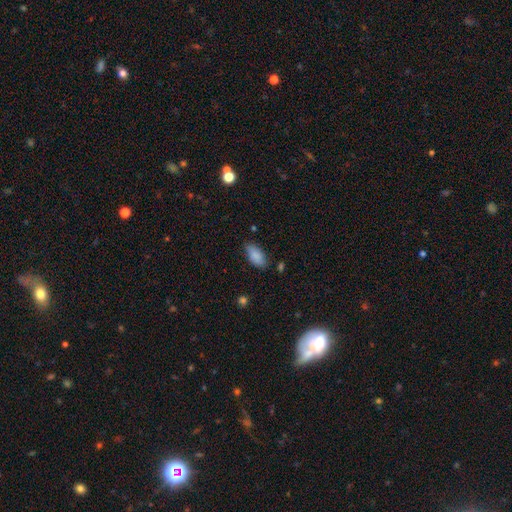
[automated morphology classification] smooth_or_featured: smooth (p=0.86) [alt: star or artifact p=0.07]
how_rounded: in between (p=0.91) [alt: cigar-shaped p=0.07]
merging: none (p=0.76) [alt: minor disturbance p=0.18]